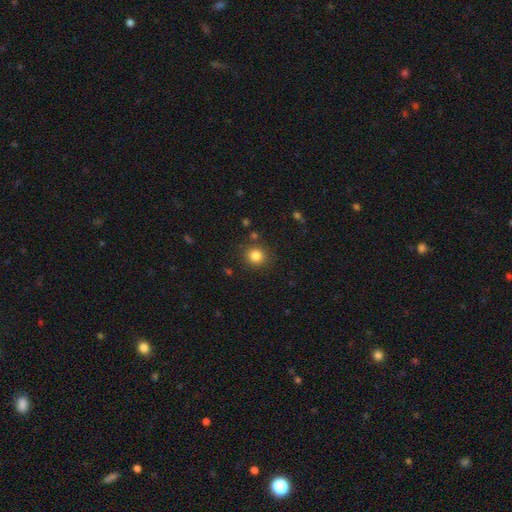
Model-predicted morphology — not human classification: Smooth or featured?
  - smooth: 83% *
  - star or artifact: 12%
  - featured or disk: 5%
How rounded?
  - round: 85% *
  - in between: 14%
  - cigar-shaped: 1%
Merging?
  - none: 86% *
  - minor disturbance: 8%
  - major disturbance: 3%
  - merger: 3%